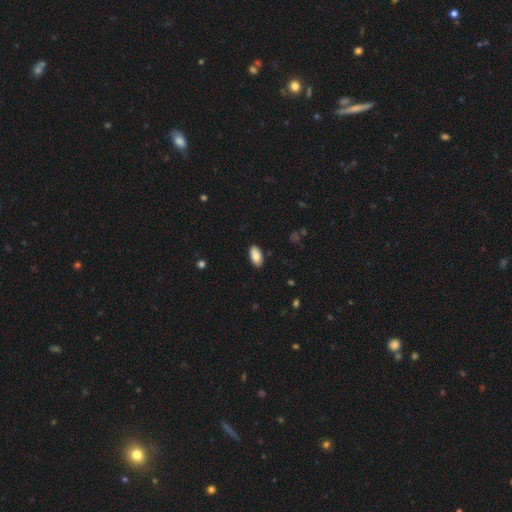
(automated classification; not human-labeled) Smooth or featured: smooth — 88% (star or artifact — 7%)
How rounded: in between — 94% (cigar-shaped — 4%)
Merging: none — 88% (minor disturbance — 9%)